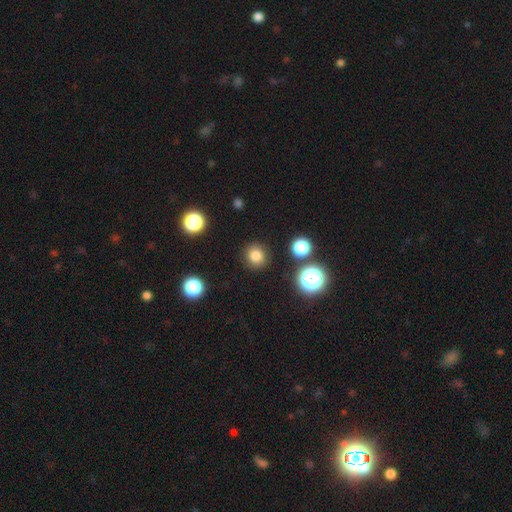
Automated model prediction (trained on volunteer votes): Morphology: type=smooth (81%); roundness=round (91%); merging=none (89%).